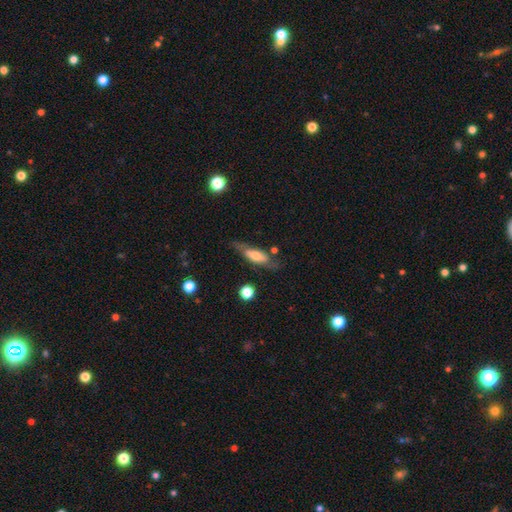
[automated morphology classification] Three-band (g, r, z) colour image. It shows a featured or disk galaxy (49%). Merging: none (66%).